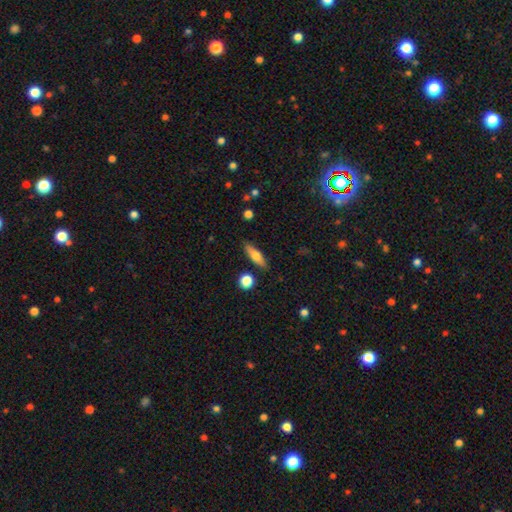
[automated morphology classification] smooth 62%, featured or disk 31%, star or artifact 7%. Down the decision tree: how rounded — cigar-shaped (58%); merging — none (84%).